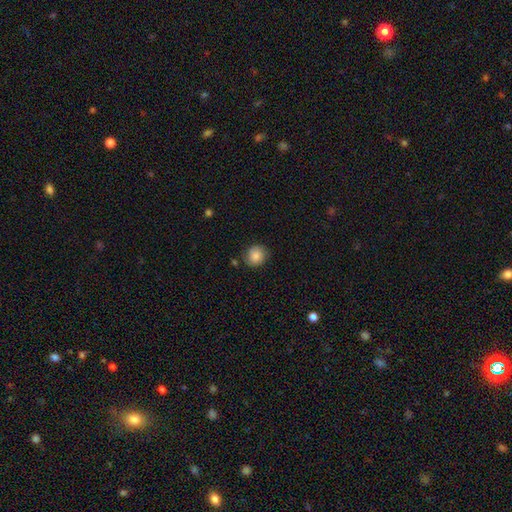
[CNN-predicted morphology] Q: Smooth or featured?
A: smooth (82%); runner-up: featured or disk (10%)
Q: How rounded?
A: round (85%); runner-up: in between (14%)
Q: Merging?
A: none (82%); runner-up: minor disturbance (12%)